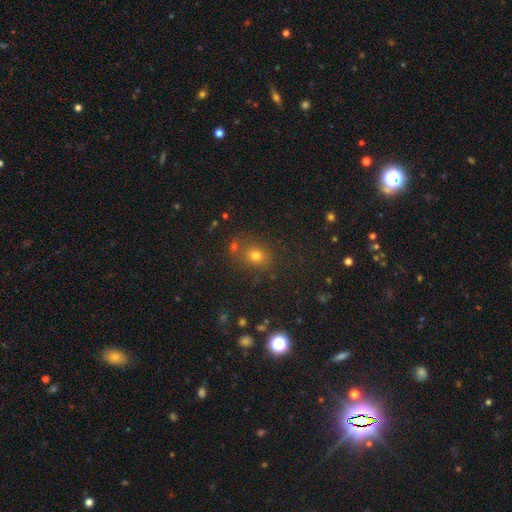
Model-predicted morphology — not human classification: This is likely a smooth galaxy (68%). How rounded: likely round (68%). Merging: likely none (71%).